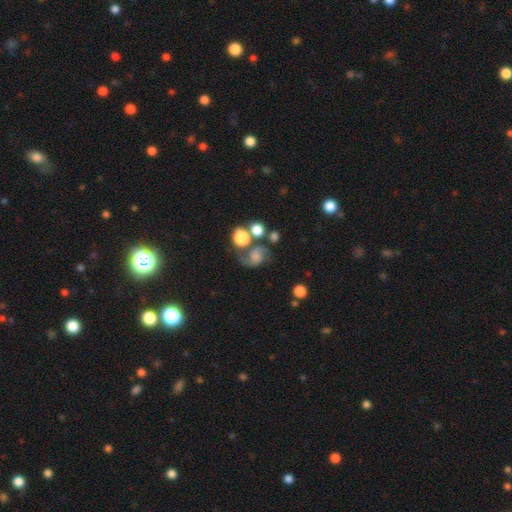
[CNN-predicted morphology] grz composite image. It shows a featured or disk galaxy (65%) with no bar (60%), 2 (88%) loose (49%) spiral arms (93%) and a moderate central bulge (26%, tied with none). Merging: none (52%).